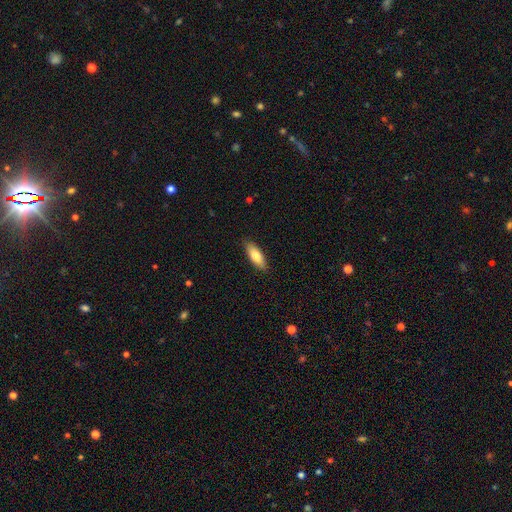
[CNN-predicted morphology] This is likely a smooth galaxy (79%). How rounded: likely in between (64%). Merging: clearly none (87%).